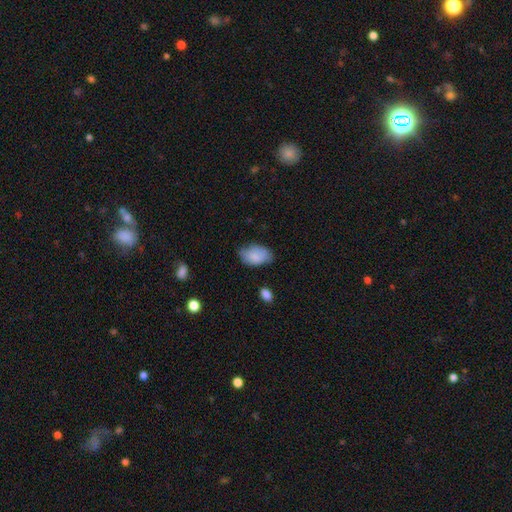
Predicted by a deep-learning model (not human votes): smooth-or-featured: smooth: 84% | featured or disk: 9% | star or artifact: 7%
  how-rounded: in between: 91% | round: 7% | cigar-shaped: 1%
  merging: none: 62% | minor disturbance: 30% | major disturbance: 6% | merger: 3%